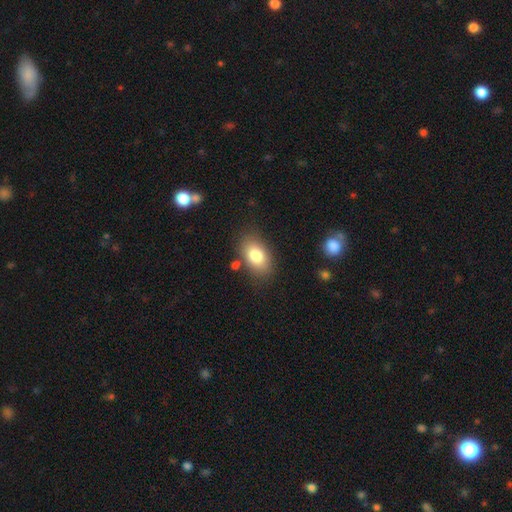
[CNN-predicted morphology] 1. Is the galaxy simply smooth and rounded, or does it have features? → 81% smooth, 12% featured or disk, 8% star or artifact.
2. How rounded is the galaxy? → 89% in between, 9% round, 2% cigar-shaped.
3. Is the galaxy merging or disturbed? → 79% none, 13% minor disturbance, 4% merger, 4% major disturbance.